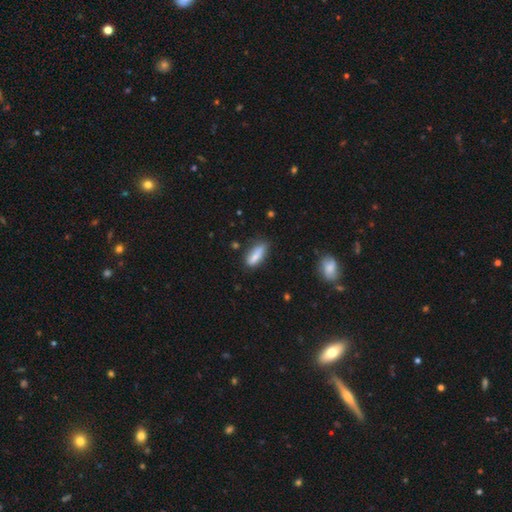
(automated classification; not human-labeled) Smooth or featured? smooth (76%)
How rounded? in between (59%)
Merging? none (67%)